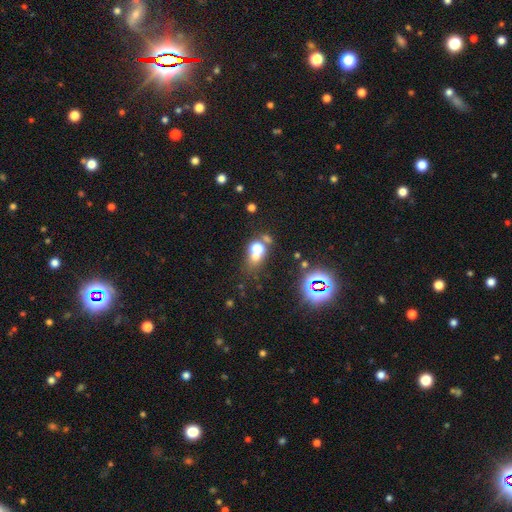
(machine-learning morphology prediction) Smooth or featured: smooth — 56% (star or artifact — 29%)
How rounded: round — 57% (in between — 40%)
Merging: none — 43% (merger — 37%)